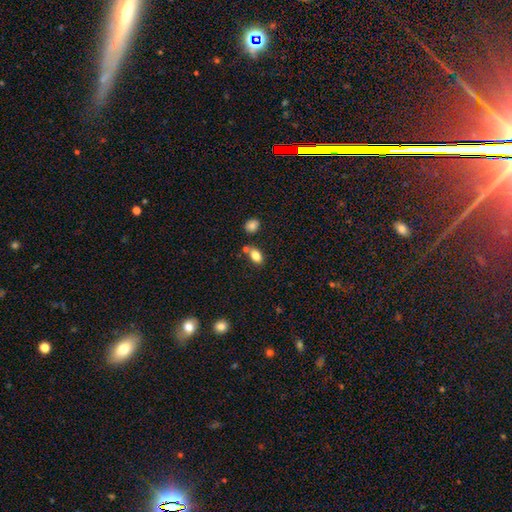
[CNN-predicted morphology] Smooth or featured? smooth (83%)
How rounded? in between (86%)
Merging? none (68%)